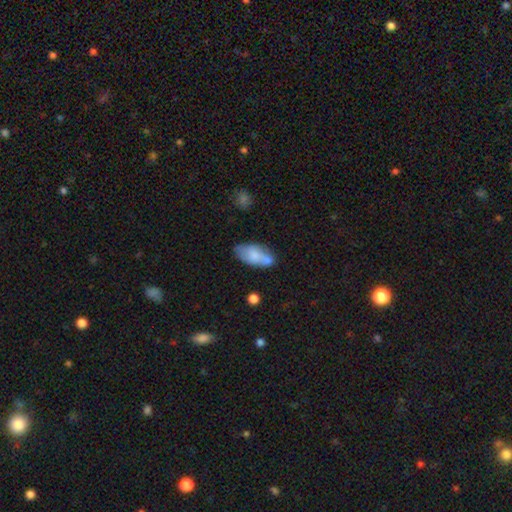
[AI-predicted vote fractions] Smooth or featured: smooth — 72% (featured or disk — 21%)
How rounded: in between — 90% (cigar-shaped — 7%)
Merging: none — 52% (minor disturbance — 24%)